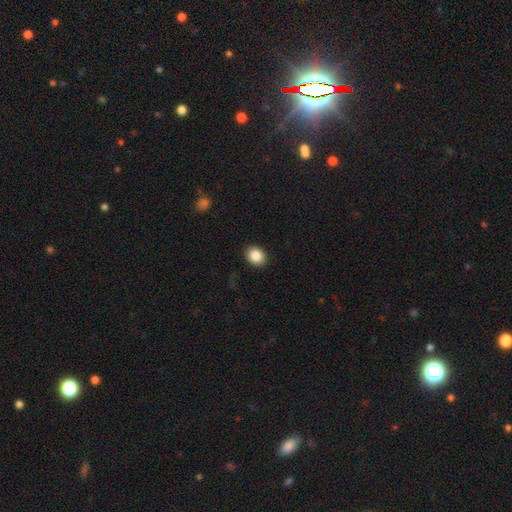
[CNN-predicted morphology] This appears to be a smooth galaxy with no disk features (87%) that is in between round and cigar-shaped (50%). Merging: none (90%).